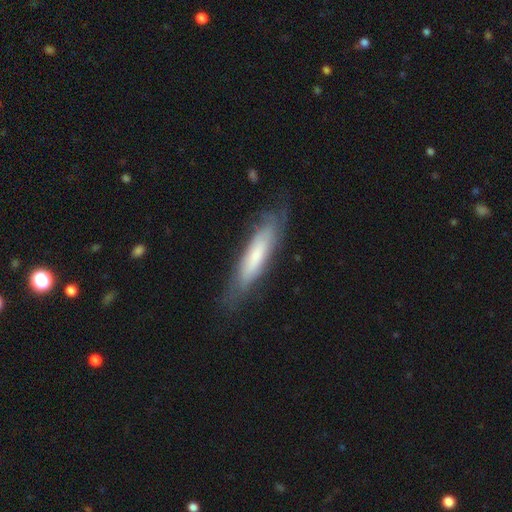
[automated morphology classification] The model was most divided on "smooth or featured": smooth: 49%, featured or disk: 44%, star or artifact: 7%. More confident: merging — none (71%).